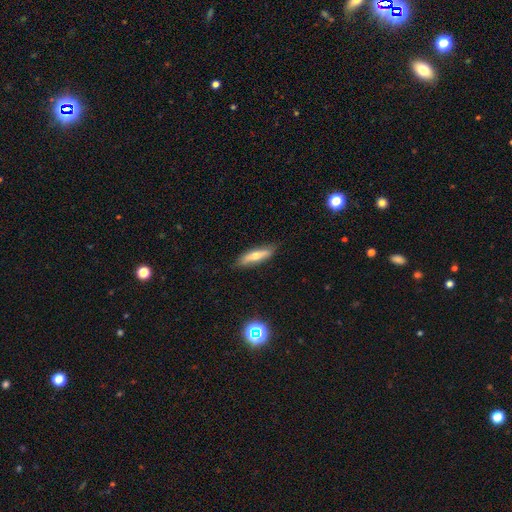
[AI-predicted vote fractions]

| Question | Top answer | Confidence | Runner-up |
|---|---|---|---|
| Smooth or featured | smooth | 53% | featured or disk (39%) |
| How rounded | cigar-shaped | 71% | in between (27%) |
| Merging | none | 84% | minor disturbance (13%) |